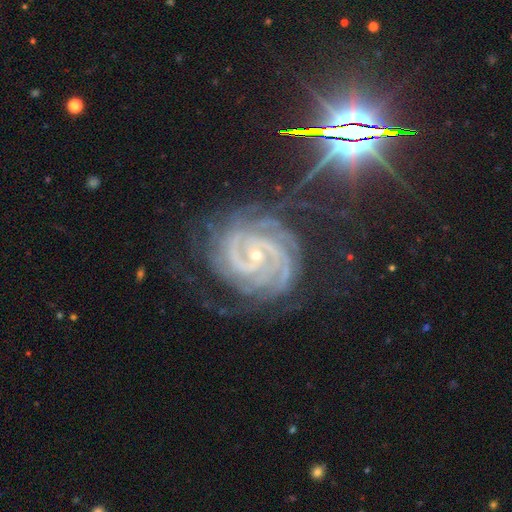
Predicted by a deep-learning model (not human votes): Smooth or featured? Predicted: featured or disk (p=0.89). Edge-on disk? Predicted: no (p=0.98). Bar? Predicted: no (p=0.48). Spiral arms? Predicted: yes (p=0.99). Spiral winding? Predicted: tight (p=0.75). Spiral arm count? Predicted: 2 (p=0.30). Bulge size? Predicted: small (p=0.78). Merging? Predicted: none (p=0.71).